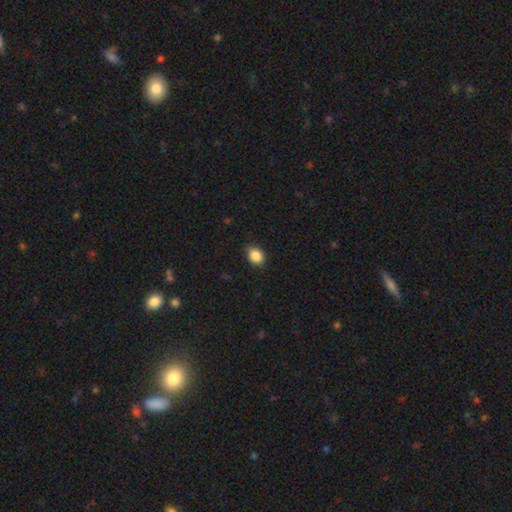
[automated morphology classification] smooth_or_featured: smooth (p=0.88) [alt: star or artifact p=0.09]
how_rounded: in between (p=0.56) [alt: round p=0.43]
merging: none (p=0.87) [alt: minor disturbance p=0.10]